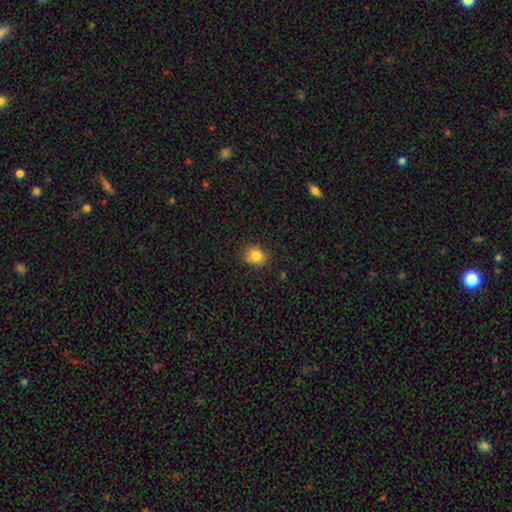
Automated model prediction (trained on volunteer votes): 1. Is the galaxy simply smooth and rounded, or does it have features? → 82% smooth, 11% star or artifact, 7% featured or disk.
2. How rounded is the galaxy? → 67% round, 32% in between, 1% cigar-shaped.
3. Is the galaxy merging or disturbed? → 82% none, 13% minor disturbance, 3% major disturbance, 3% merger.